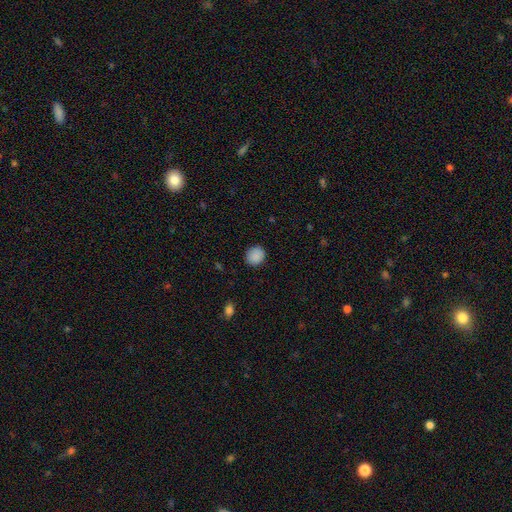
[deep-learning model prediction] Smooth or featured? smooth (89%)
How rounded? round (80%)
Merging? none (89%)